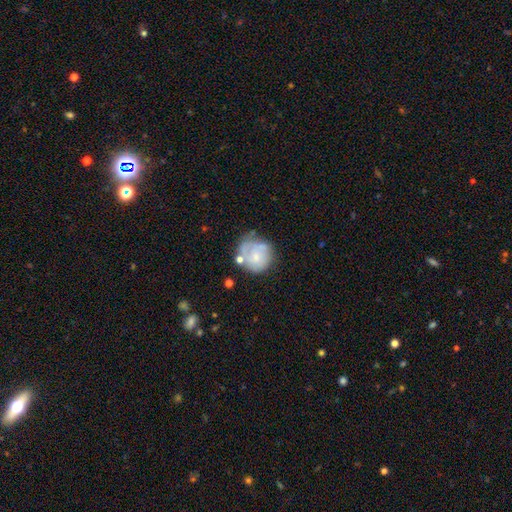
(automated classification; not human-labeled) smooth 48%, featured or disk 44%, star or artifact 8%. Down the decision tree: merging — none (46%).